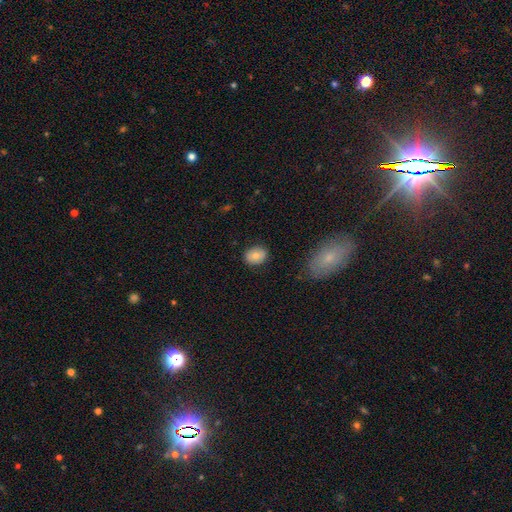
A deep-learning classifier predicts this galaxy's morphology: The model was most divided on "how rounded": round: 53%, in between: 46%, cigar-shaped: 1%. More confident: merging — none (85%); smooth or featured — smooth (74%).